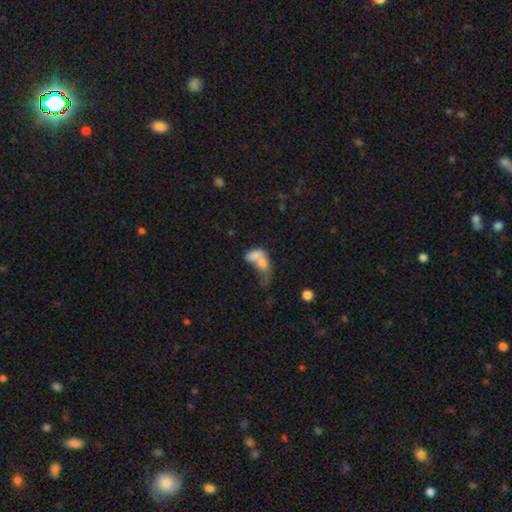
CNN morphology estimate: A smooth galaxy with no disk features (67%) that is in between round and cigar-shaped (79%). Merging: merger (68%).